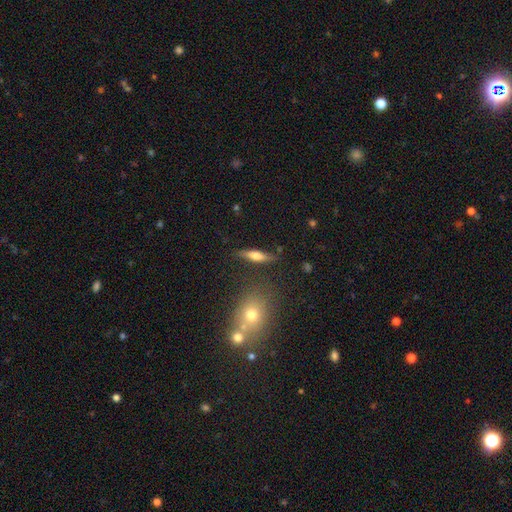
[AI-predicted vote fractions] A smooth galaxy with no disk features (55%) that is cigar-shaped (72%). Merging: none (80%).